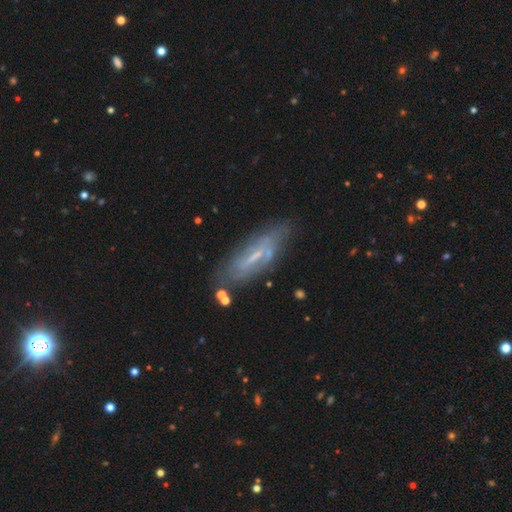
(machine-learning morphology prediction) smooth_or_featured: featured or disk (p=0.61) [alt: smooth p=0.31]
disk_edge_on: no (p=0.62) [alt: yes p=0.38]
merging: none (p=0.69) [alt: minor disturbance p=0.19]